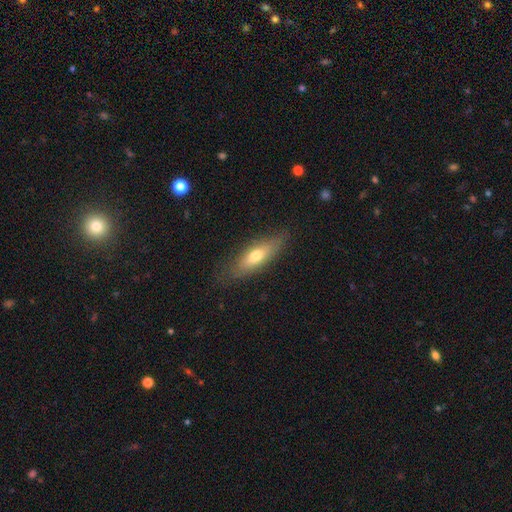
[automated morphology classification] A smooth galaxy with no disk features (62%) that is in between round and cigar-shaped (51%). Merging: none (79%).